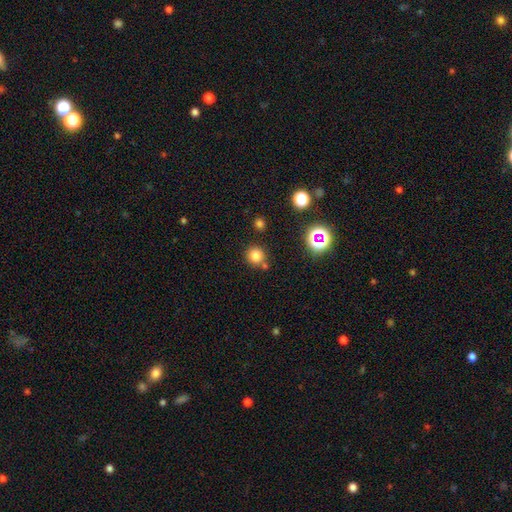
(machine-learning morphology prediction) This appears to be a smooth galaxy with no disk features (78%) that is round (92%). Merging: none (77%).